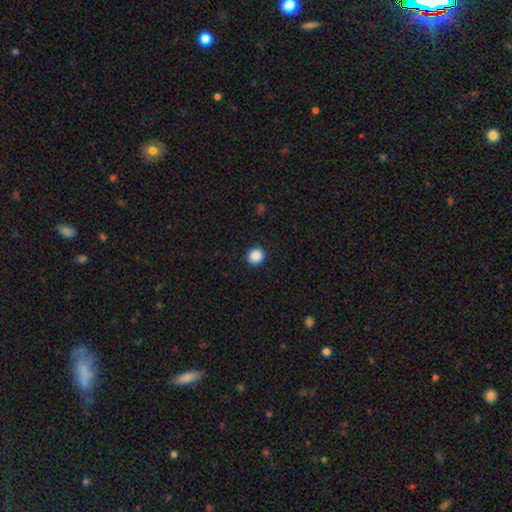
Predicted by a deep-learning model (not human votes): smooth 89%, star or artifact 9%, featured or disk 2%. Down the decision tree: how rounded — round (84%); merging — none (92%).